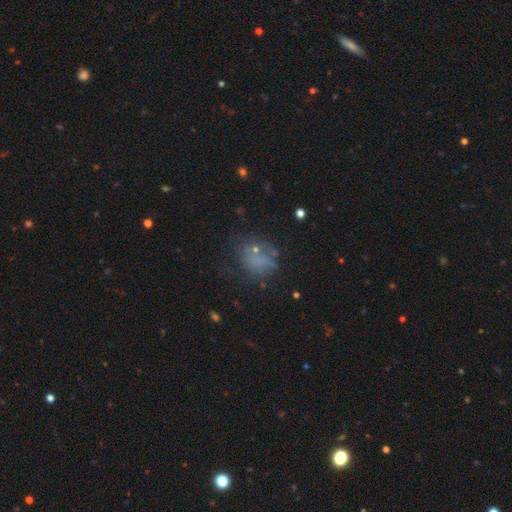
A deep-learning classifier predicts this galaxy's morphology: Smooth or featured? Predicted: smooth (p=0.51). How rounded? Predicted: round (p=0.59). Merging? Predicted: none (p=0.54).